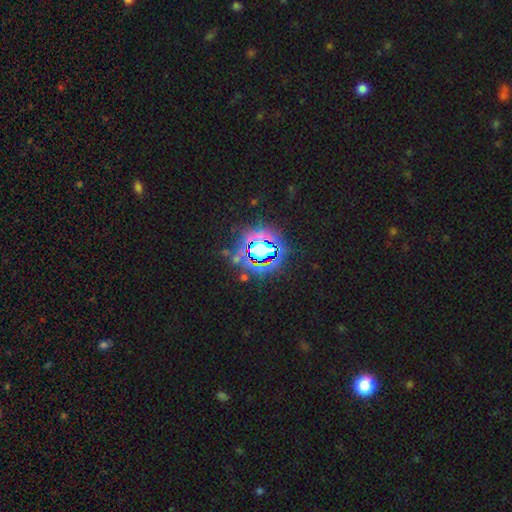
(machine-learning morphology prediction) Smooth or featured?
  - star or artifact: 75% *
  - smooth: 15%
  - featured or disk: 10%